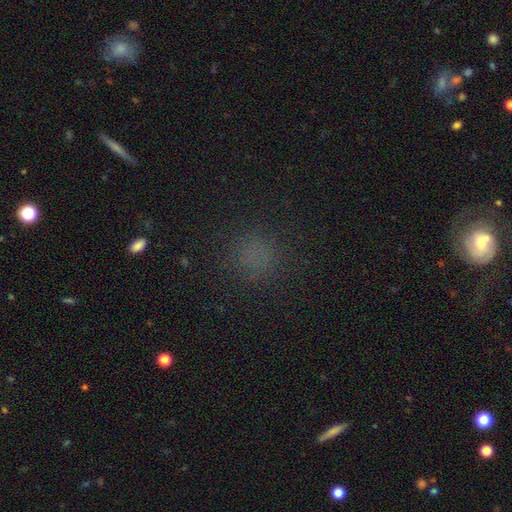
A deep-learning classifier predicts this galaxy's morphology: Smooth or featured? Predicted: smooth (p=0.70). How rounded? Predicted: round (p=0.90). Merging? Predicted: none (p=0.86).